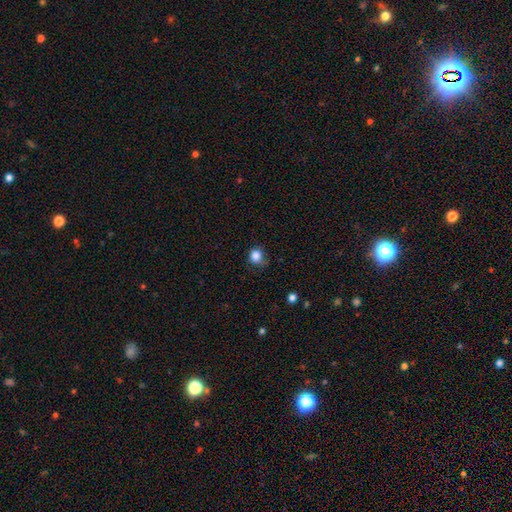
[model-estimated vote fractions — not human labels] A smooth galaxy with no disk features (85%) that is round (84%).

Vote fractions:
- Smooth or featured? smooth: 85% / star or artifact: 11% / featured or disk: 5%
- How rounded? round: 84% / in between: 15% / cigar-shaped: 1%
- Merging? none: 67% / minor disturbance: 26% / major disturbance: 6% / merger: 2%